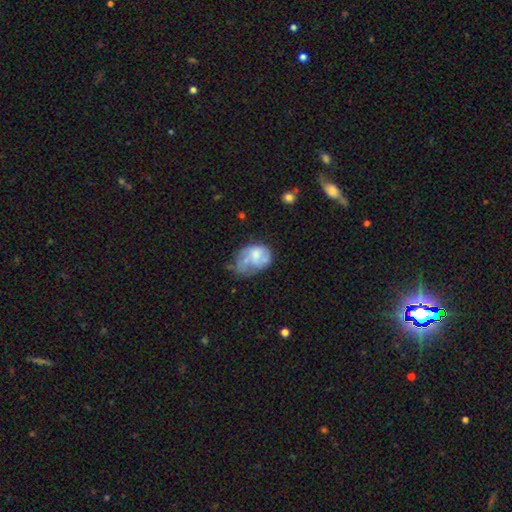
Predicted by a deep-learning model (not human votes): A smooth galaxy with no disk features (52%) that is in between round and cigar-shaped (72%). Merging: minor disturbance (33%).